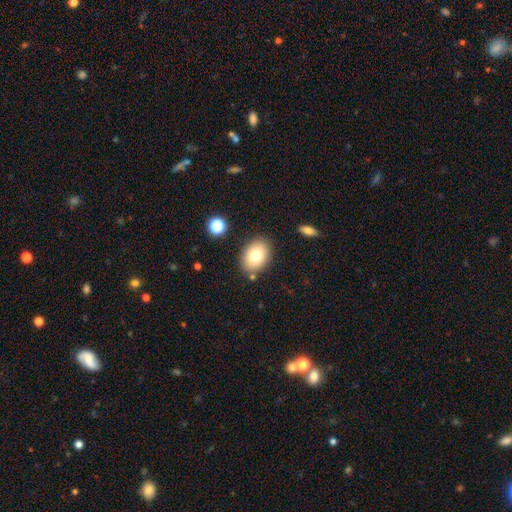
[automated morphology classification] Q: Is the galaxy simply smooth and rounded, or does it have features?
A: smooth — 77%.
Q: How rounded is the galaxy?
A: in between — 75%.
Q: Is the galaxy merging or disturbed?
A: none — 85%.